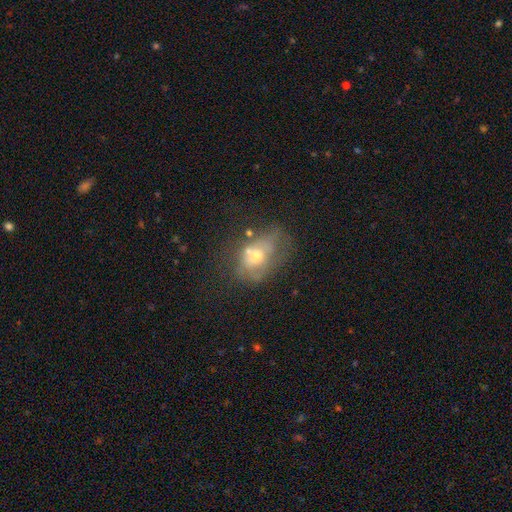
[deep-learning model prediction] Smooth or featured: featured or disk — 45% (smooth — 38%)
Merging: none — 48% (minor disturbance — 26%)